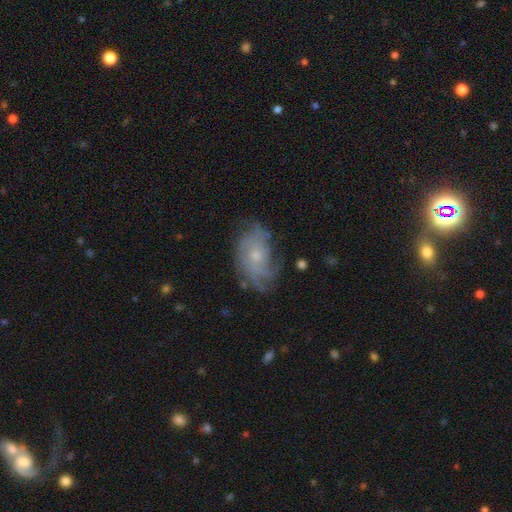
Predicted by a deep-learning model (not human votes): smooth-or-featured: featured or disk: 72% | smooth: 20% | star or artifact: 9%
  disk-edge-on: no: 96% | yes: 4%
    bar: no: 81% | weak: 17% | strong: 2%
    has-spiral-arms: yes: 87% | no: 13%
      spiral-winding: tight: 46% | medium: 35% | loose: 19%
      spiral-arm-count: can't tell: 46% | 3: 15% | 2: 13% | 4: 13% | more than 4: 7% | 1: 6%
    bulge-size: small: 61% | moderate: 34% | none: 2% | large: 2% | dominant: 1%
  merging: none: 62% | minor disturbance: 24% | major disturbance: 12% | merger: 2%